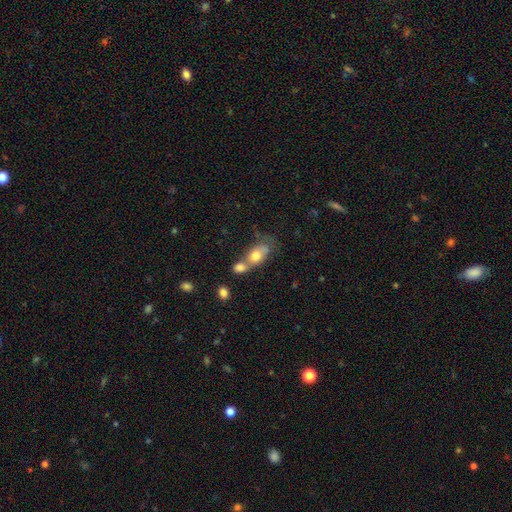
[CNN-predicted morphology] The model was most divided on "merging": merger: 60%, none: 24%, minor disturbance: 10%, major disturbance: 6%. More confident: how rounded — in between (77%); smooth or featured — smooth (74%).